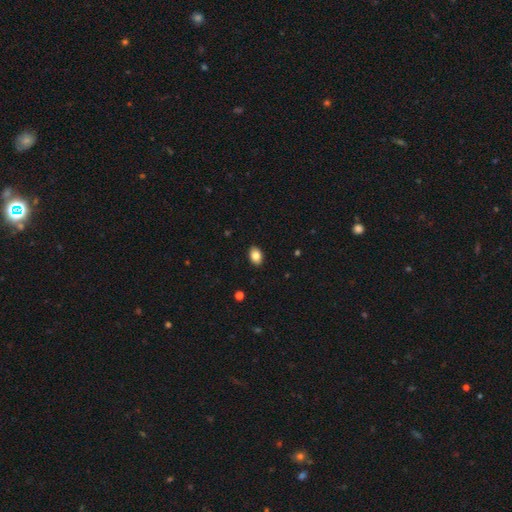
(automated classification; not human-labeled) Smooth or featured: smooth — 85% (star or artifact — 8%)
How rounded: in between — 81% (round — 18%)
Merging: none — 90% (minor disturbance — 7%)